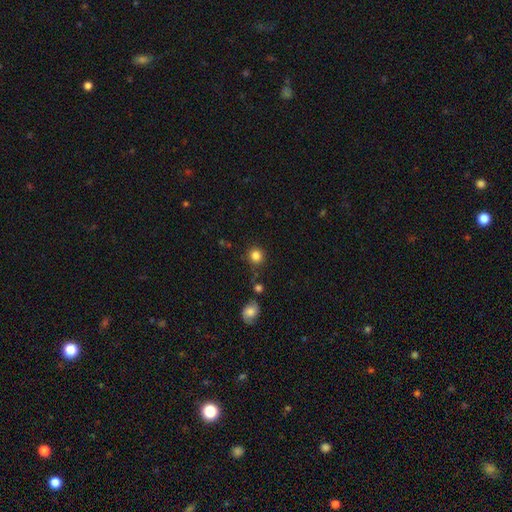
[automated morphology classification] Smooth or featured?
  - smooth: 84% *
  - star or artifact: 11%
  - featured or disk: 5%
How rounded?
  - round: 90% *
  - in between: 9%
  - cigar-shaped: 1%
Merging?
  - none: 83% *
  - minor disturbance: 9%
  - merger: 4%
  - major disturbance: 3%